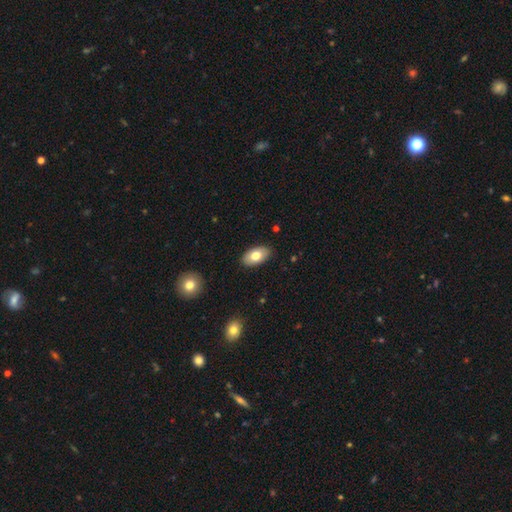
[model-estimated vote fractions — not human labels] This appears to be a smooth galaxy with no disk features (75%) that is in between round and cigar-shaped (94%). Merging: none (88%).